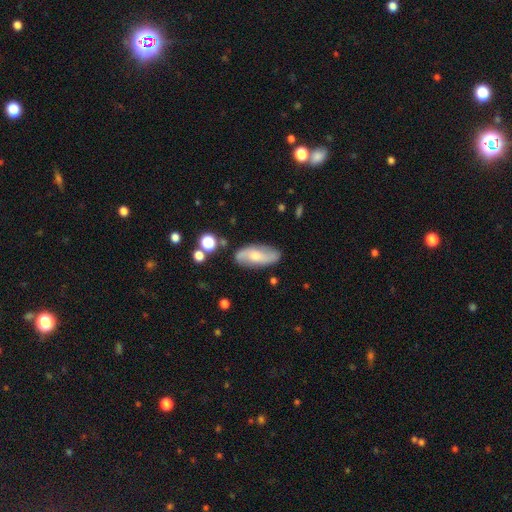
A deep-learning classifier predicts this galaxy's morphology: This appears to be a featured or disk galaxy (58%) with no bar (60%), spiral arms (84%) and a moderate central bulge (53%). Merging: none (79%).